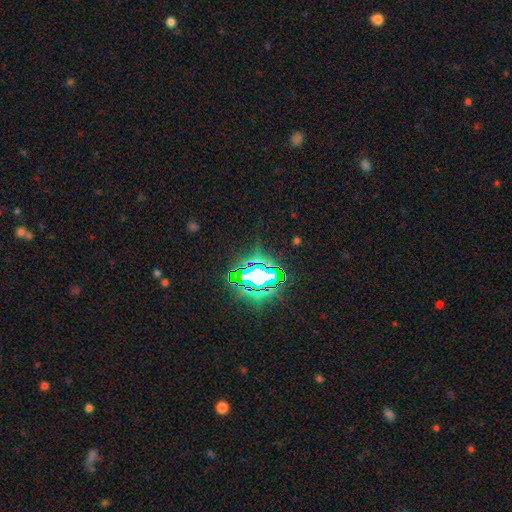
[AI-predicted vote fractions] This appears to be a star or artifact, not a galaxy (79%).